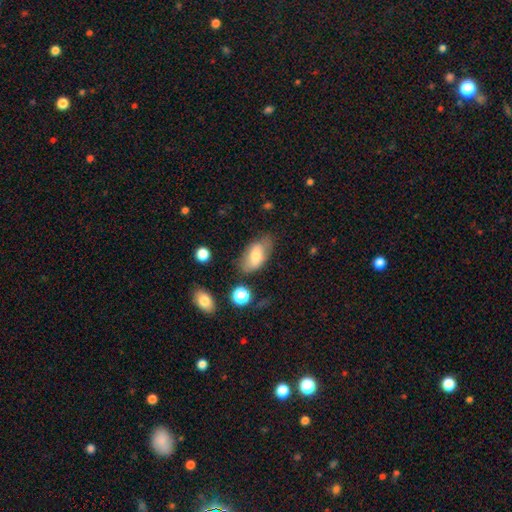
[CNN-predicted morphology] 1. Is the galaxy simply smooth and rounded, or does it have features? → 67% smooth, 25% featured or disk, 8% star or artifact.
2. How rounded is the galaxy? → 91% in between, 5% round, 4% cigar-shaped.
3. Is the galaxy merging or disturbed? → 64% none, 24% minor disturbance, 8% major disturbance, 4% merger.